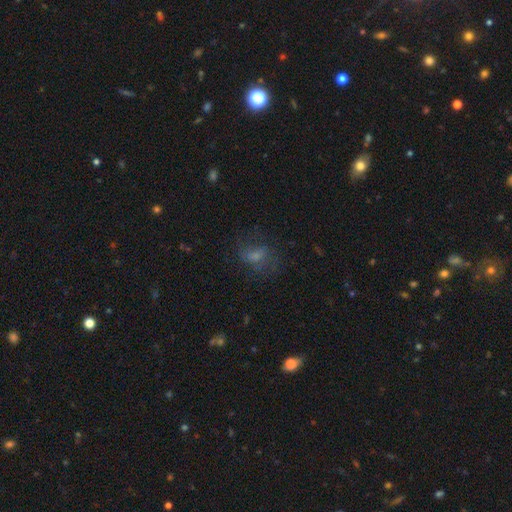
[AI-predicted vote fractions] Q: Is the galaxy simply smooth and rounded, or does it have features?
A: smooth — 48%.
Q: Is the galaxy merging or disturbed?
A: none — 58%.